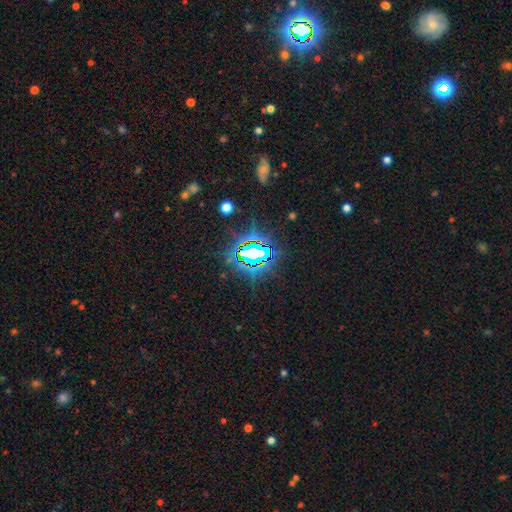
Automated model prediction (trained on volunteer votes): Smooth or featured?
  - star or artifact: 77% *
  - smooth: 12%
  - featured or disk: 10%